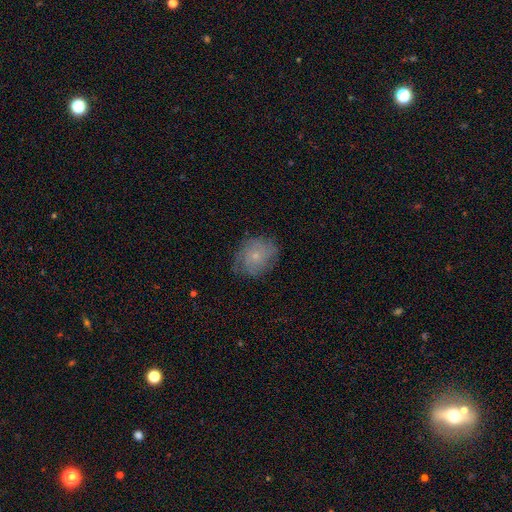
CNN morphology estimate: smooth_or_featured: smooth (p=0.49) [alt: featured or disk p=0.42]
merging: none (p=0.69) [alt: minor disturbance p=0.22]